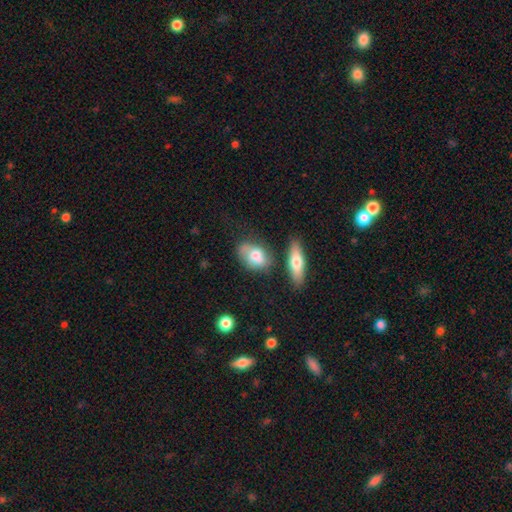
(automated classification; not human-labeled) Morphology: type=smooth (67%); roundness=in between (79%); merging=none (53%).